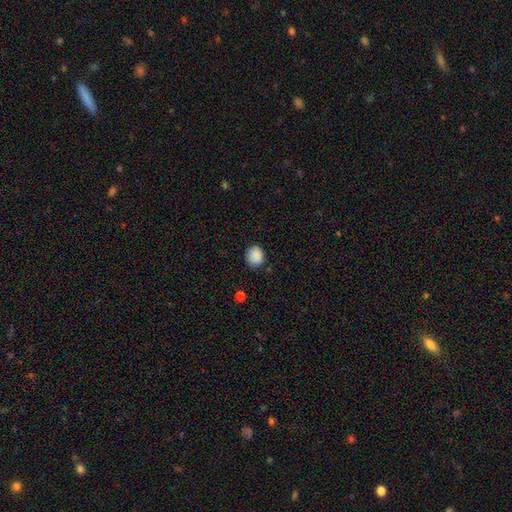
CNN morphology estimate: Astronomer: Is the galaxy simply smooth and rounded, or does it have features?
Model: smooth — 88%.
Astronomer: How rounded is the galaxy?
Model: round — 75%.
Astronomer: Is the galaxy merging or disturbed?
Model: none — 81%.